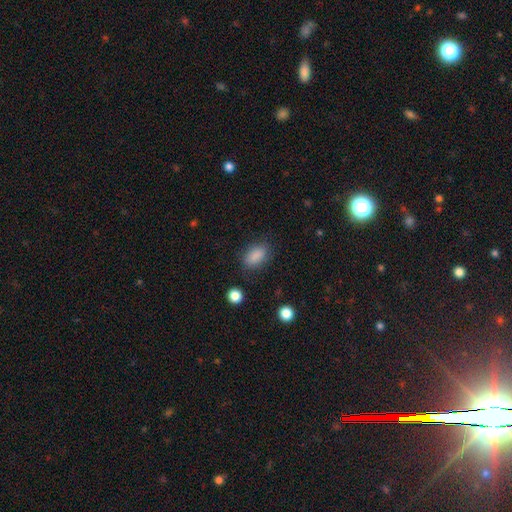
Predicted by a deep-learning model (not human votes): The model was most divided on "merging": none: 81%, minor disturbance: 13%, major disturbance: 4%, merger: 2%. More confident: how rounded — in between (88%); smooth or featured — smooth (87%).